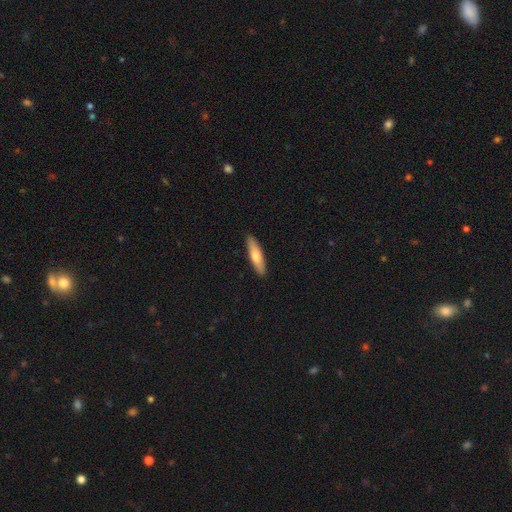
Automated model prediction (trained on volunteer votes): smooth 66%, featured or disk 28%, star or artifact 5%. Down the decision tree: how rounded — cigar-shaped (74%); merging — none (91%).